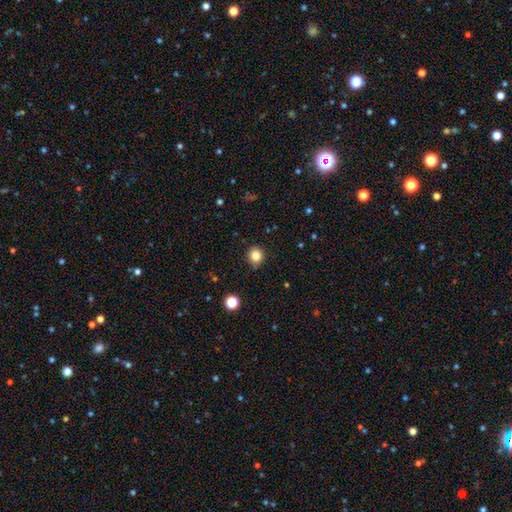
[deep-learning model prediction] This is clearly a smooth galaxy (83%). How rounded: clearly round (90%). Merging: clearly none (88%).